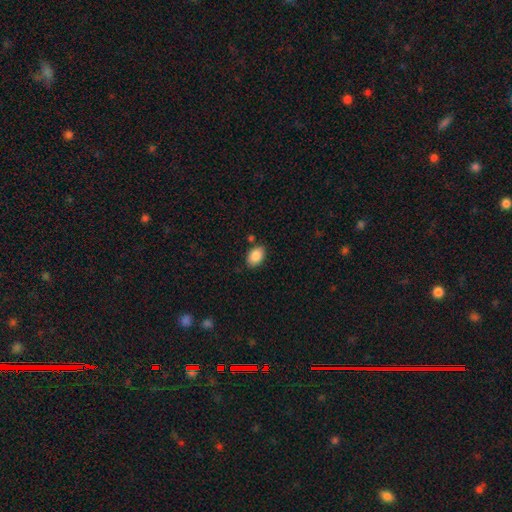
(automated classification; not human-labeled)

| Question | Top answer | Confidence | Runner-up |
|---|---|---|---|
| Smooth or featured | smooth | 88% | star or artifact (7%) |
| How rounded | in between | 85% | round (14%) |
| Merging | none | 80% | minor disturbance (13%) |